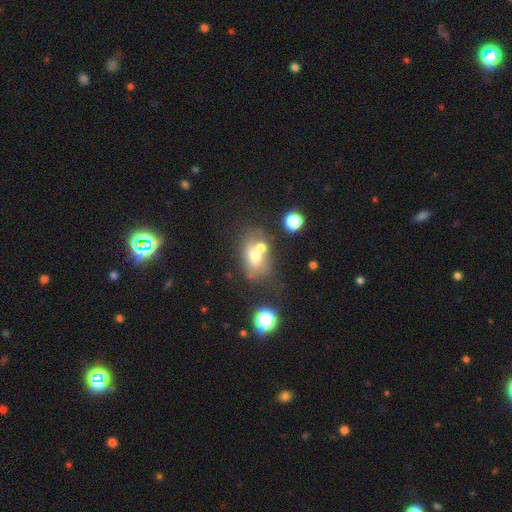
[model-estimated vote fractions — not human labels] This is likely a smooth galaxy (62%). How rounded: likely in between (72%). Merging: marginally none (40%).